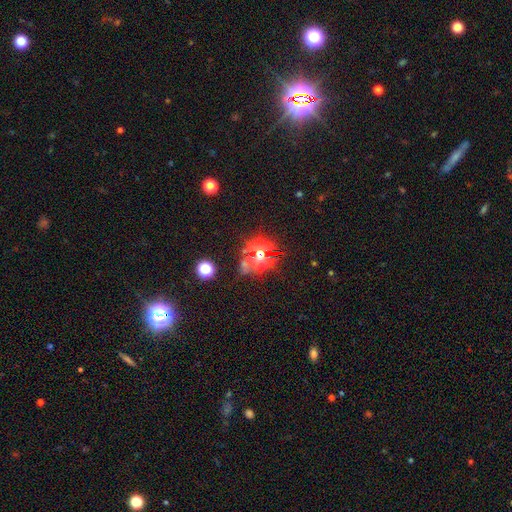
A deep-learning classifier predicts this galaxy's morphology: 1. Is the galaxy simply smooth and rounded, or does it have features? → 78% star or artifact, 14% smooth, 7% featured or disk.